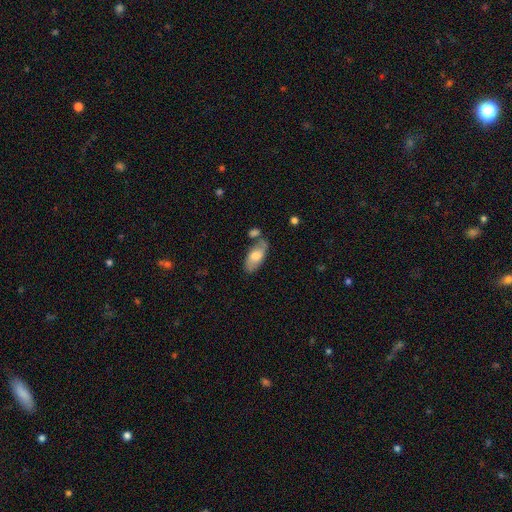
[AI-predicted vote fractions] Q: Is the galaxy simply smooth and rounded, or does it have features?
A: smooth — 61%.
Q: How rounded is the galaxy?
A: in between — 89%.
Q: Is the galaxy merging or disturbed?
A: none — 59%.